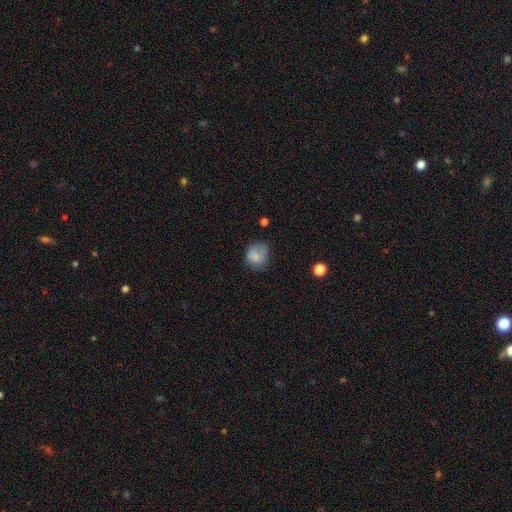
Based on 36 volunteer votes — smooth 94%, featured or disk 6%, star or artifact 0%. Down the decision tree: how rounded — round (59%); merging — minor disturbance (36%, tied with major disturbance).